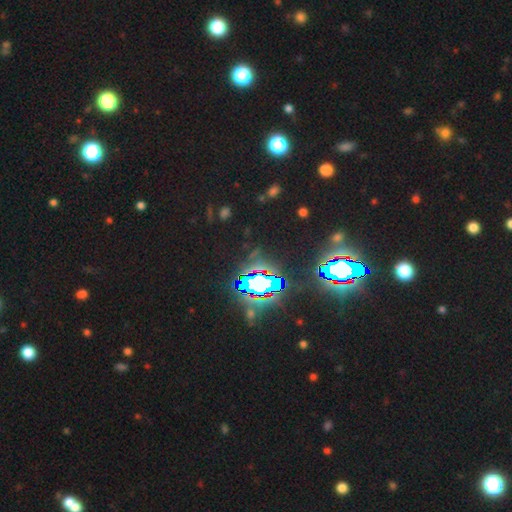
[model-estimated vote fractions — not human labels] smooth-or-featured: star or artifact: 80% | smooth: 12% | featured or disk: 9%